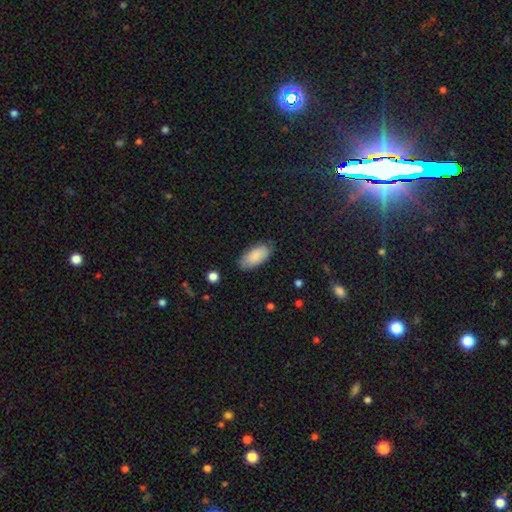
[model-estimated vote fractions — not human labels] Smooth or featured?
  - smooth: 87% *
  - featured or disk: 7%
  - star or artifact: 6%
How rounded?
  - in between: 92% *
  - cigar-shaped: 7%
  - round: 2%
Merging?
  - none: 82% *
  - minor disturbance: 14%
  - major disturbance: 3%
  - merger: 1%